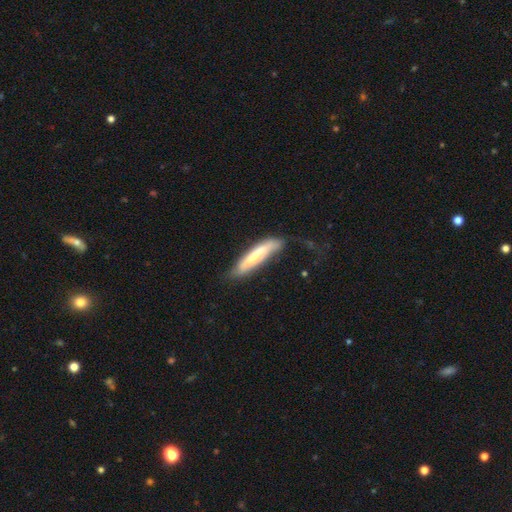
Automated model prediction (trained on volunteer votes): Morphology: type=smooth (61%); roundness=cigar-shaped (79%); merging=none (59%).